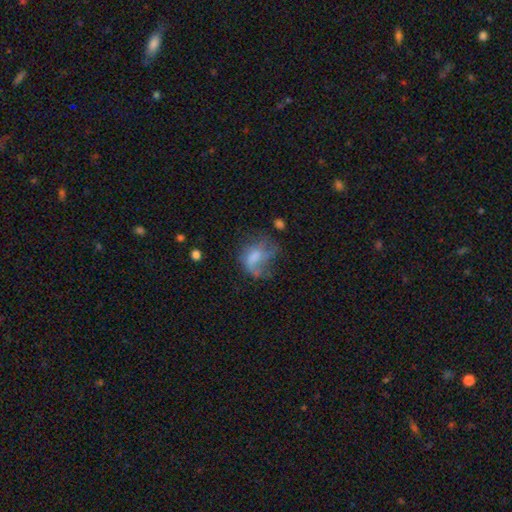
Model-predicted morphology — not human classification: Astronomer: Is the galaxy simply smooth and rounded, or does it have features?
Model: smooth — 47% (runner-up: featured or disk, 40%).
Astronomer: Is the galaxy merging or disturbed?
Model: major disturbance — 37% (runner-up: none, 34%).